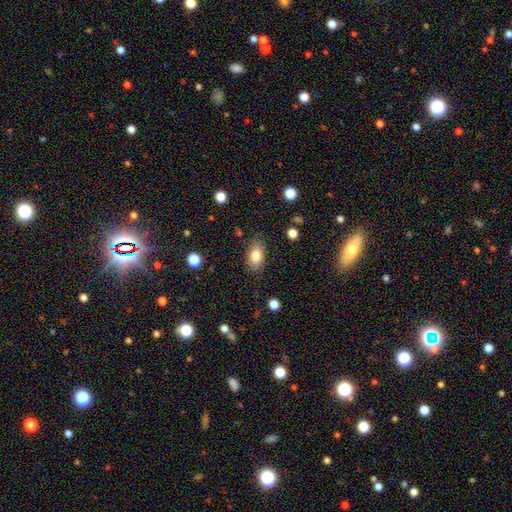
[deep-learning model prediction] smooth_or_featured: smooth (p=0.81) [alt: featured or disk p=0.11]
how_rounded: in between (p=0.89) [alt: round p=0.07]
merging: none (p=0.81) [alt: minor disturbance p=0.14]